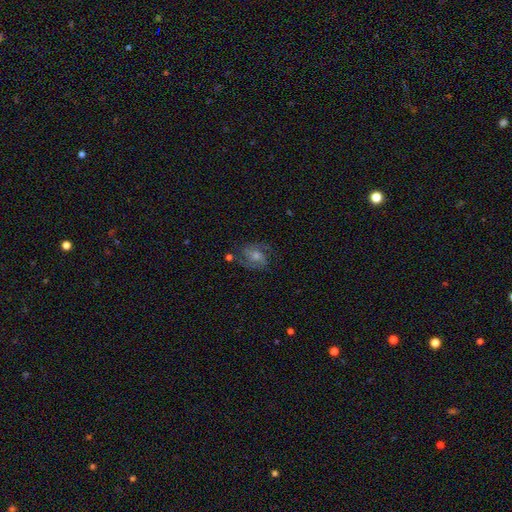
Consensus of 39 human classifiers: Smooth or featured? featured or disk (85%)
Edge-on disk? no (100%)
Bar? strong (67%)
Spiral arms? yes (94%)
Spiral winding? medium (65%)
Spiral arm count? 2 (87%)
Bulge size? small (58%)
Merging? none (76%)